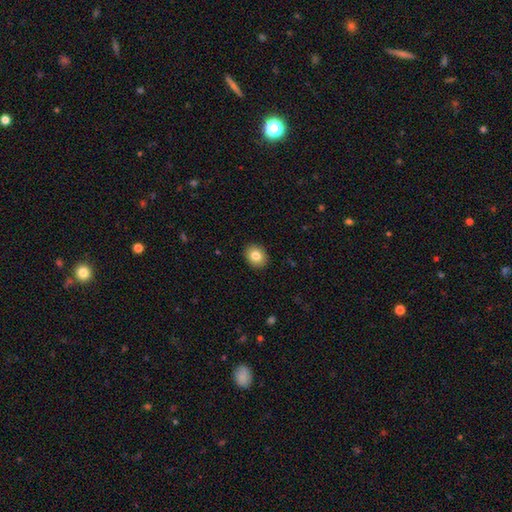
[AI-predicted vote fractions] Smooth or featured: smooth — 83% (star or artifact — 9%)
How rounded: round — 56% (in between — 43%)
Merging: none — 91% (minor disturbance — 6%)